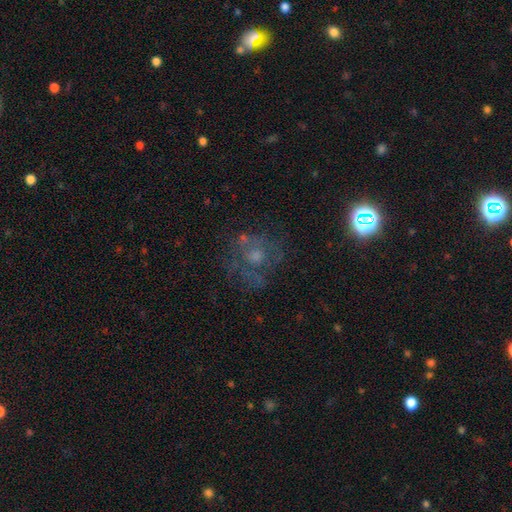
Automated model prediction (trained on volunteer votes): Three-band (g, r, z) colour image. It shows a featured or disk galaxy (48%). Merging: none (66%).